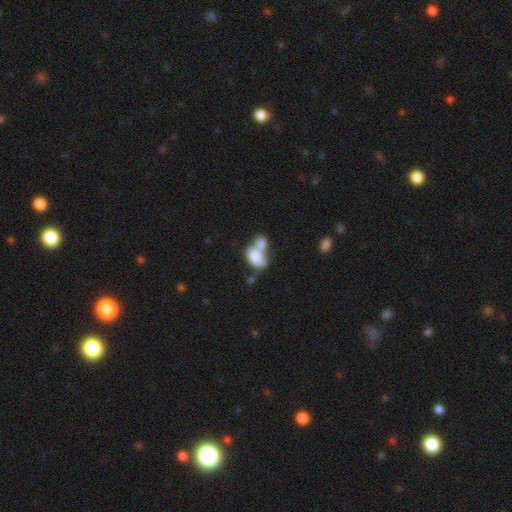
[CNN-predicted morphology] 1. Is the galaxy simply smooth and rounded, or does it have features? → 77% smooth, 15% featured or disk, 7% star or artifact.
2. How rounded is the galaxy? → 86% in between, 13% round, 2% cigar-shaped.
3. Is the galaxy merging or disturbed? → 71% merger, 15% none, 8% minor disturbance, 6% major disturbance.